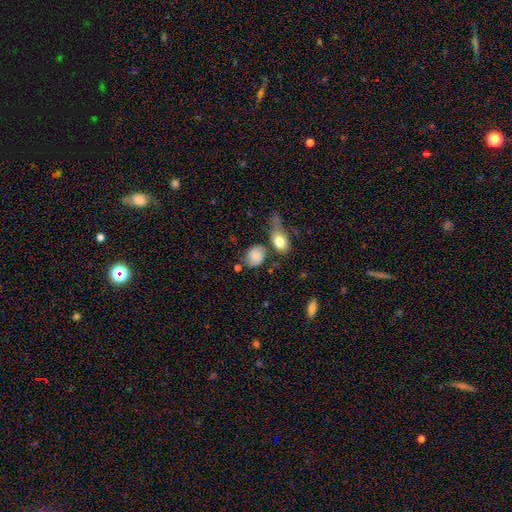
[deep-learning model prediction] smooth_or_featured: smooth (p=0.73) [alt: featured or disk p=0.19]
how_rounded: in between (p=0.52) [alt: round p=0.46]
merging: none (p=0.55) [alt: minor disturbance p=0.20]